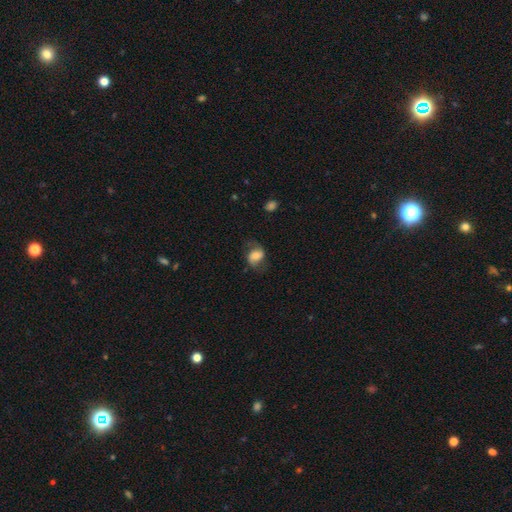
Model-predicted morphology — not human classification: smooth 49%, featured or disk 42%, star or artifact 9%. Down the decision tree: merging — none (63%).